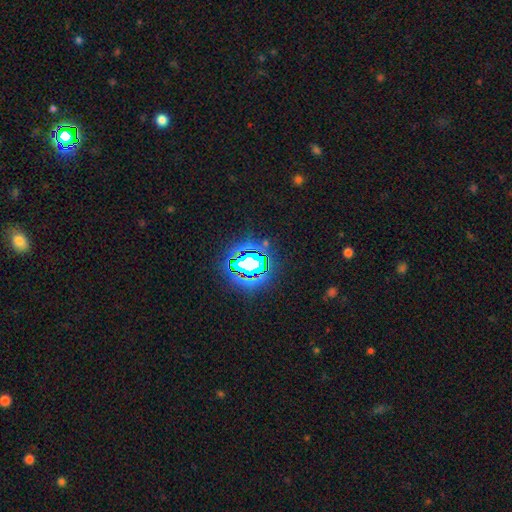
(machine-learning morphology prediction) Smooth or featured? star or artifact (79%)